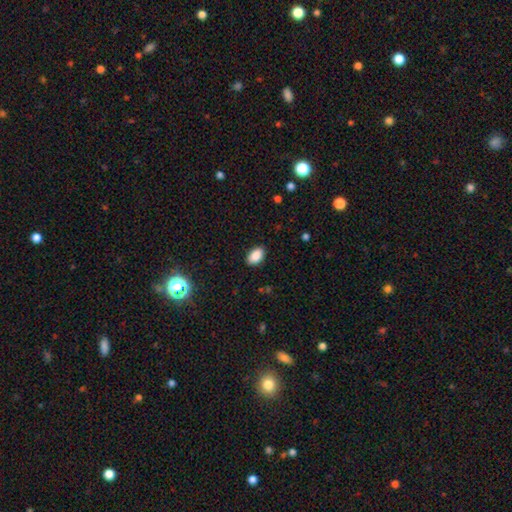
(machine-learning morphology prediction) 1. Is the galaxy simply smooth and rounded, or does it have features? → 88% smooth, 9% star or artifact, 3% featured or disk.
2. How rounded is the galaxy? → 91% in between, 8% round, 1% cigar-shaped.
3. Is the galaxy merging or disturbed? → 88% none, 9% minor disturbance, 2% major disturbance, 1% merger.